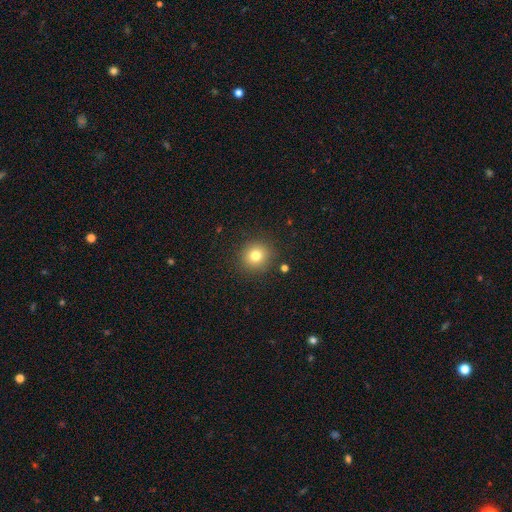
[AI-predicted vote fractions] Morphology: type=smooth (78%); roundness=round (93%); merging=none (90%).